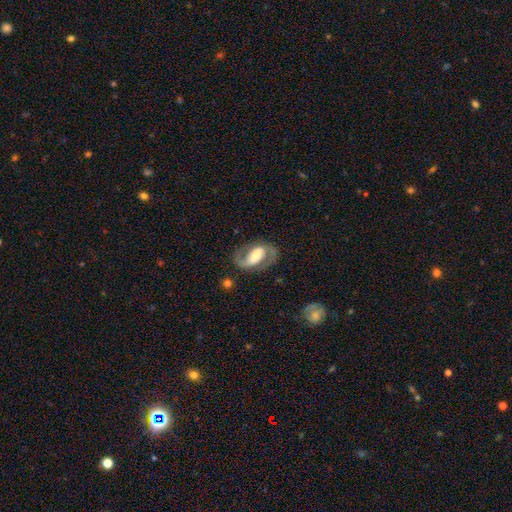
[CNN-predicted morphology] The model was most divided on "bar": weak: 39%, strong: 38%, no: 24%. More confident: edge-on disk — no (97%); spiral arms — yes (94%); spiral arm count — 2 (91%); smooth or featured — featured or disk (84%); merging — none (76%); spiral winding — medium (54%); bulge size — moderate (50%).